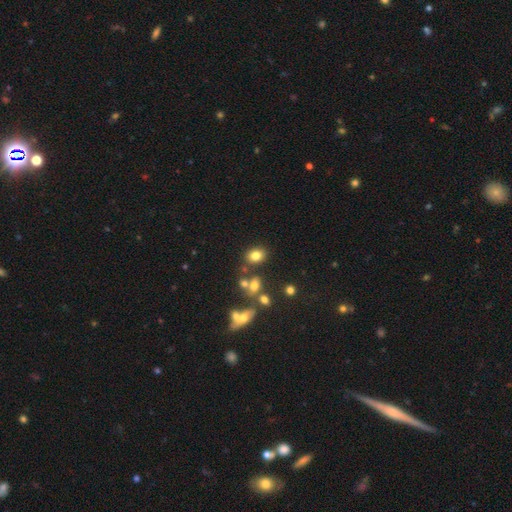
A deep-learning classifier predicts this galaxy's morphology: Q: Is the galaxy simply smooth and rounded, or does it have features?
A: smooth — 77%.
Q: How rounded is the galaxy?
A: in between — 66%.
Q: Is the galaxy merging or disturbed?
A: none — 71%.